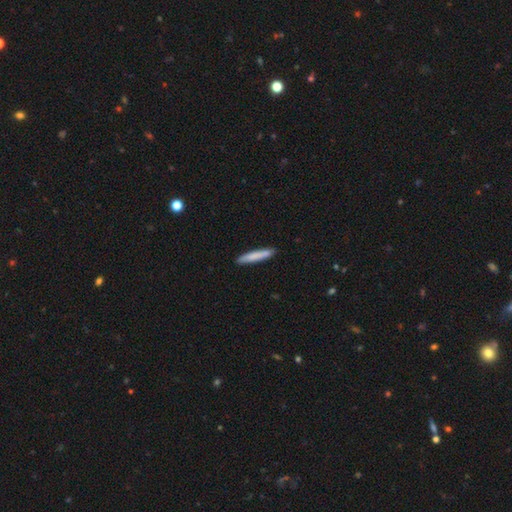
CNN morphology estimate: smooth-or-featured: smooth: 78% | featured or disk: 16% | star or artifact: 6%
  how-rounded: cigar-shaped: 94% | in between: 5% | round: 1%
  merging: none: 88% | minor disturbance: 9% | major disturbance: 2% | merger: 1%